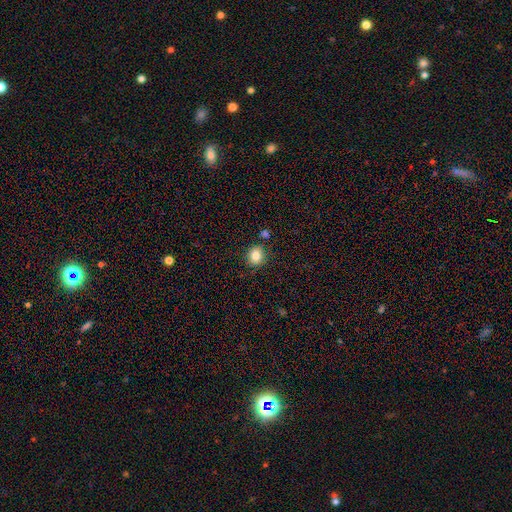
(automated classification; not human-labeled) A smooth galaxy with no disk features (83%) that is round (75%). Merging: none (84%).